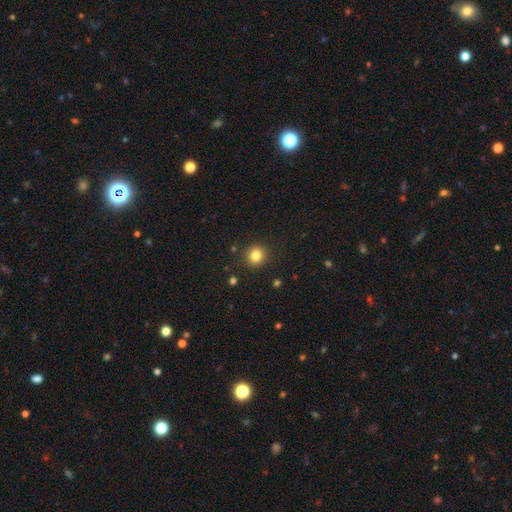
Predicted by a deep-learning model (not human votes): Overall: smooth (82%). How rounded: round (90%). Merging: none (89%).